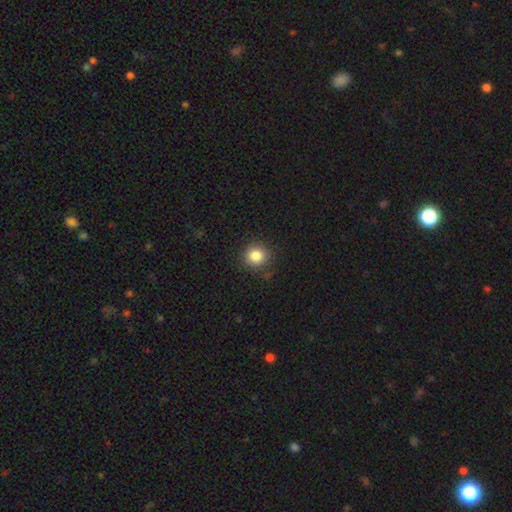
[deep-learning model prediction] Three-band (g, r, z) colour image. It shows a smooth galaxy with no disk features (84%) that is round (90%). Merging: none (86%).